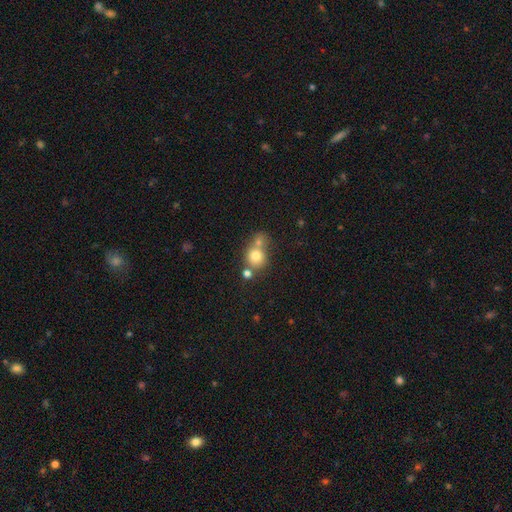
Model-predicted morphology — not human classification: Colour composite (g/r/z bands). It shows a smooth galaxy with no disk features (75%) that is round (77%). Merging: merger (44%).